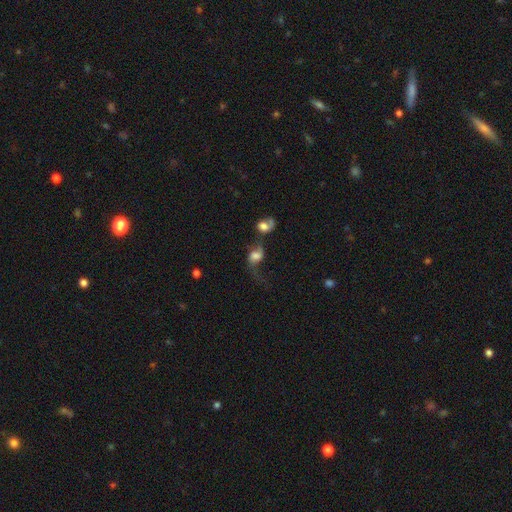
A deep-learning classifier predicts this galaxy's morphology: type=smooth (48%); merging=merger (41%).